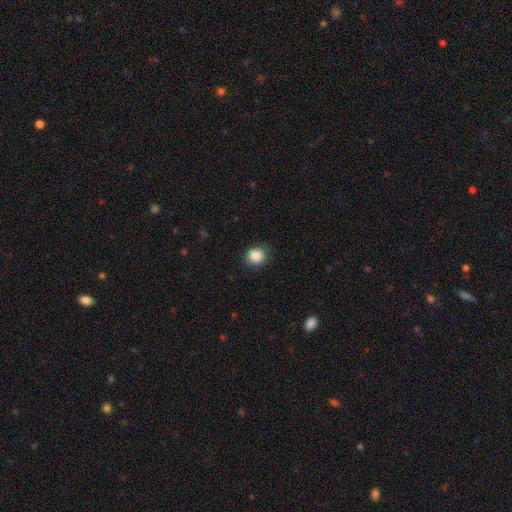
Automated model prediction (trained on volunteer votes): A smooth galaxy with no disk features (88%) that is round (86%). Merging: none (84%).